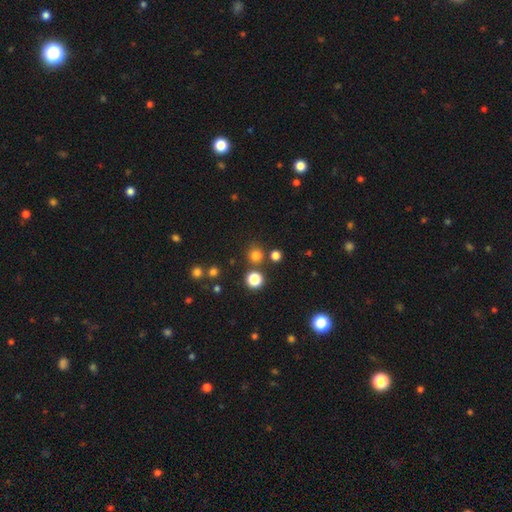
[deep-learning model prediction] A smooth galaxy with no disk features (76%) that is round (93%).

Vote fractions:
- Smooth or featured? smooth: 76% / star or artifact: 19% / featured or disk: 5%
- How rounded? round: 93% / in between: 6% / cigar-shaped: 1%
- Merging? none: 81% / merger: 9% / minor disturbance: 7% / major disturbance: 3%